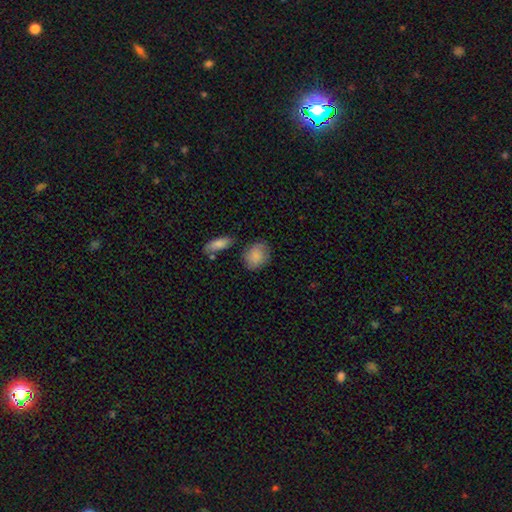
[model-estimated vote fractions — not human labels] smooth_or_featured: smooth (p=0.83) [alt: featured or disk p=0.11]
how_rounded: in between (p=0.54) [alt: round p=0.45]
merging: none (p=0.70) [alt: minor disturbance p=0.20]